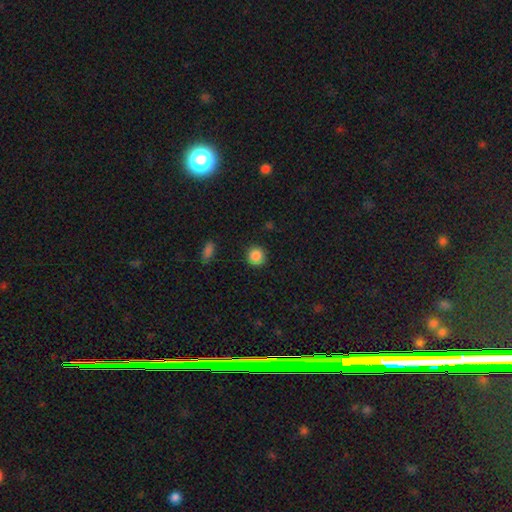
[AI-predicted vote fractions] smooth 87%, star or artifact 10%, featured or disk 3%. Down the decision tree: how rounded — round (92%); merging — none (91%).